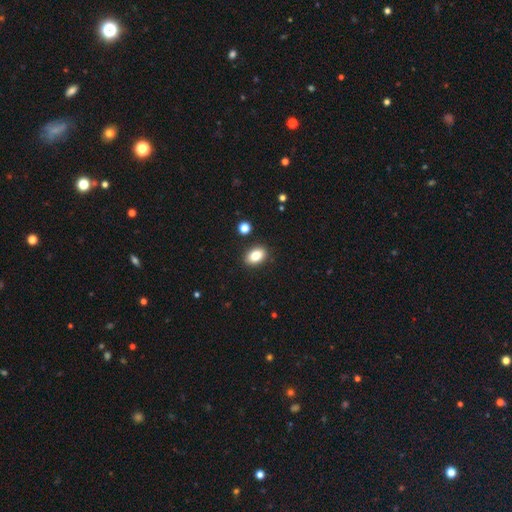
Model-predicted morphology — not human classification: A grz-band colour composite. It shows a smooth galaxy with no disk features (82%) that is in between round and cigar-shaped (83%). Merging: none (88%).